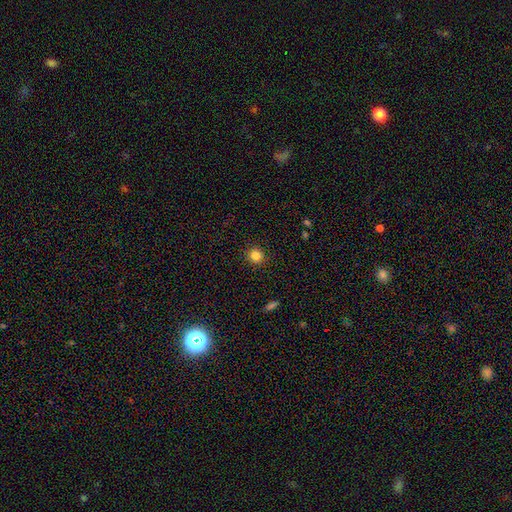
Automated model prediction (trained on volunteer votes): smooth 83%, star or artifact 12%, featured or disk 5%. Down the decision tree: how rounded — round (91%); merging — none (92%).